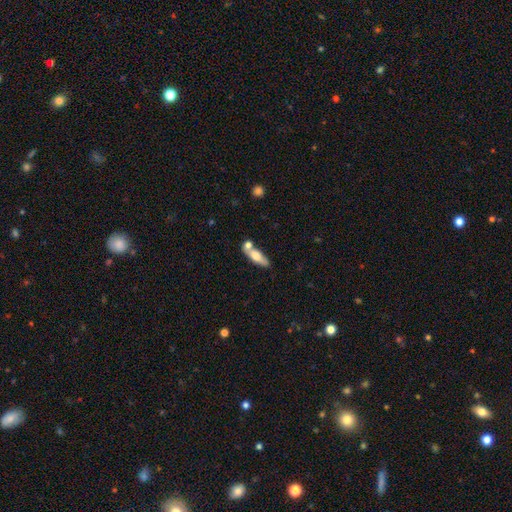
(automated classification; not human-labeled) A smooth galaxy with no disk features (62%) that is in between round and cigar-shaped (58%). Merging: none (53%).